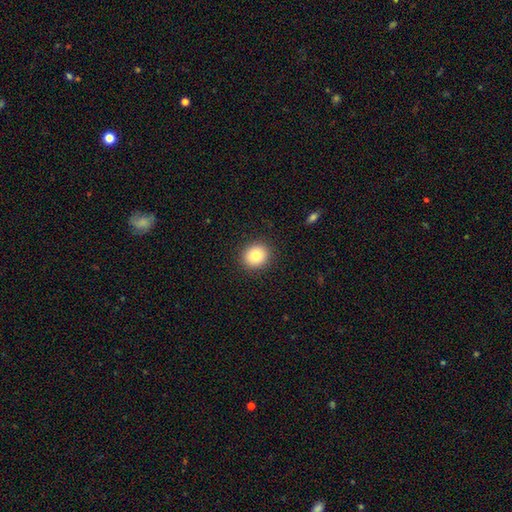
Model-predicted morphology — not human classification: Q: Smooth or featured?
A: smooth (84%); runner-up: star or artifact (9%)
Q: How rounded?
A: round (84%); runner-up: in between (15%)
Q: Merging?
A: none (91%); runner-up: minor disturbance (6%)